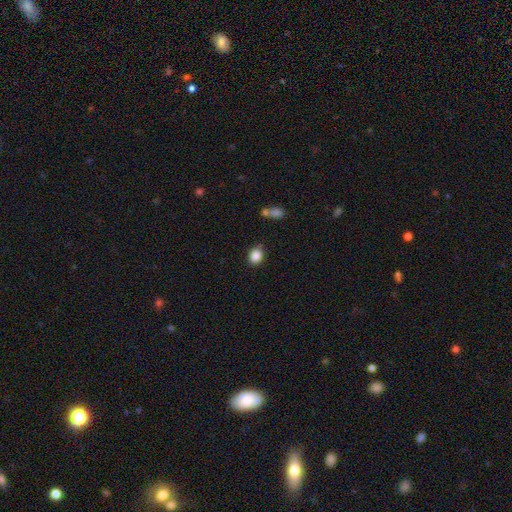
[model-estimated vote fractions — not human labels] A smooth galaxy with no disk features (86%) that is round (57%).

Vote fractions:
- Smooth or featured? smooth: 86% / star or artifact: 10% / featured or disk: 4%
- How rounded? round: 57% / in between: 42% / cigar-shaped: 1%
- Merging? none: 78% / minor disturbance: 14% / merger: 4% / major disturbance: 4%